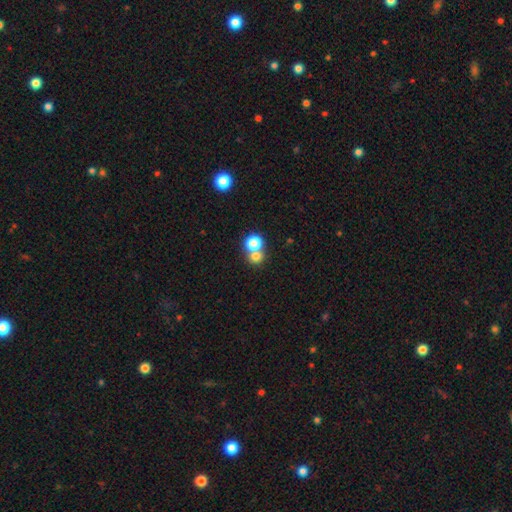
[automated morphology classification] Smooth or featured? Predicted: smooth (p=0.74). How rounded? Predicted: round (p=0.83). Merging? Predicted: merger (p=0.50).